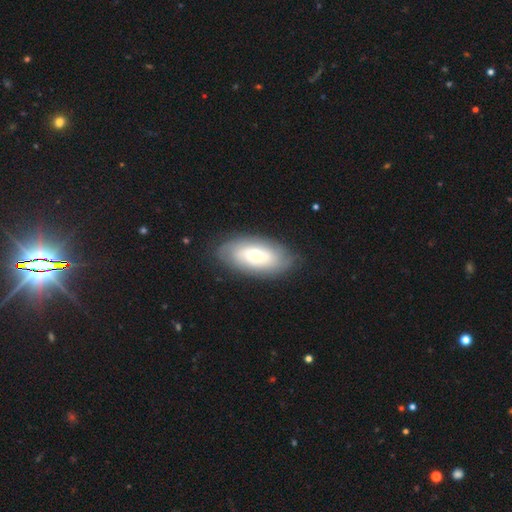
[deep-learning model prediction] A featured or disk galaxy (48%). Merging: none (80%).